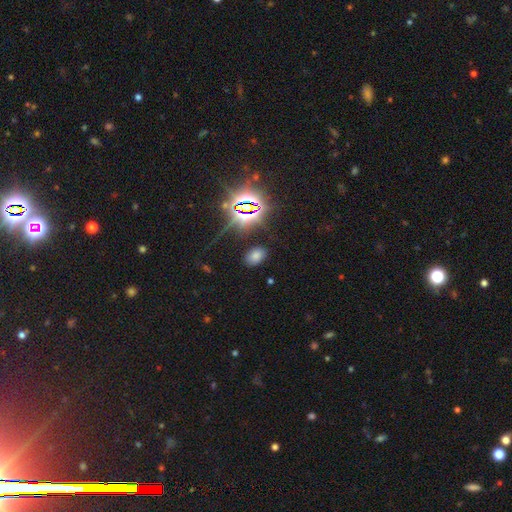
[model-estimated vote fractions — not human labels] Smooth or featured?
  - smooth: 64% *
  - star or artifact: 29%
  - featured or disk: 7%
How rounded?
  - in between: 87% *
  - round: 11%
  - cigar-shaped: 2%
Merging?
  - none: 86% *
  - minor disturbance: 9%
  - major disturbance: 3%
  - merger: 2%